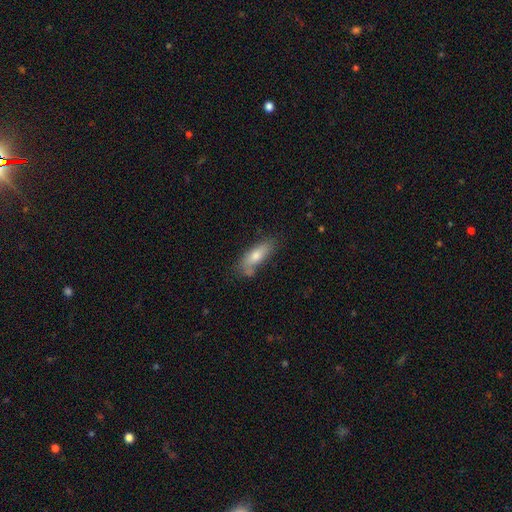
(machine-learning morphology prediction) Overall: smooth (73%). How rounded: in between (62%; cigar-shaped 36%). Merging: none (64%).